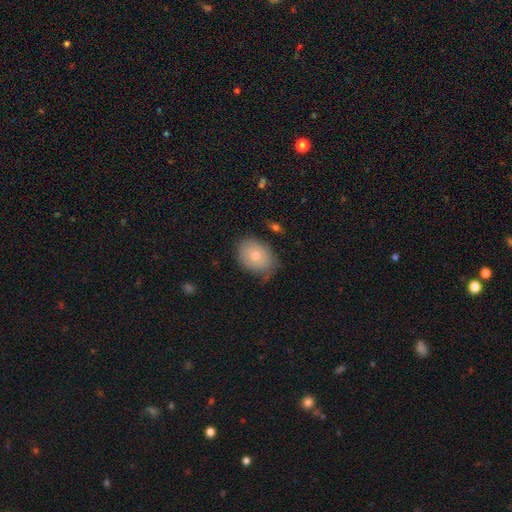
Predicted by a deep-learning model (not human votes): The model was most divided on "how rounded": in between: 65%, round: 34%, cigar-shaped: 1%. More confident: smooth or featured — smooth (74%); merging — none (61%).